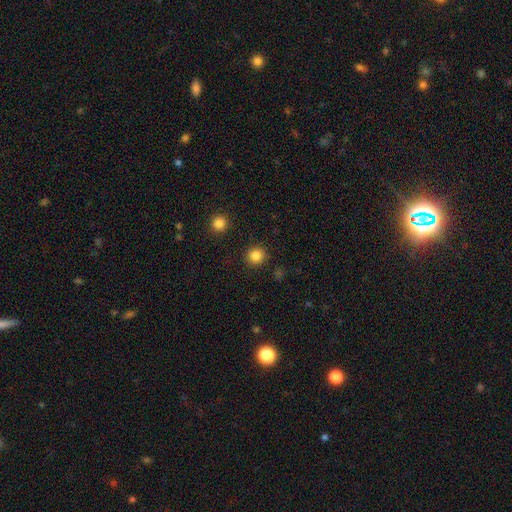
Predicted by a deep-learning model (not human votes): smooth 85%, star or artifact 12%, featured or disk 4%. Down the decision tree: how rounded — round (93%); merging — none (90%).